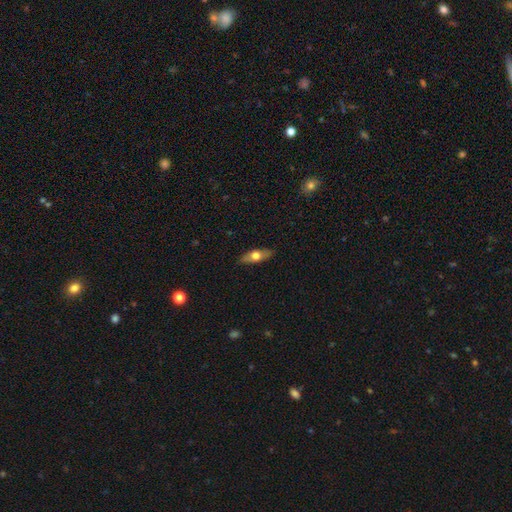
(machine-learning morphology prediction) Overall: smooth (56%; featured or disk 38%). How rounded: in between (60%; cigar-shaped 36%). Merging: none (86%).